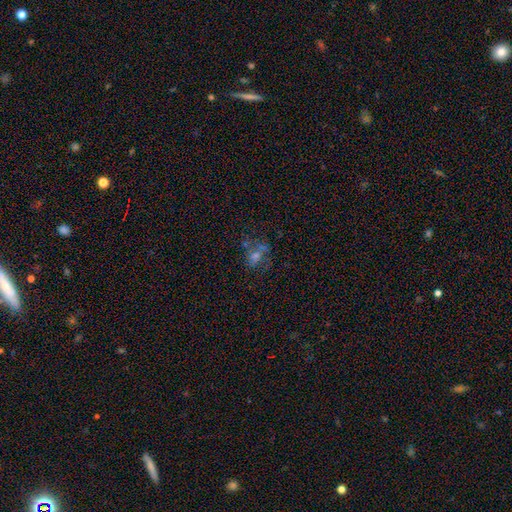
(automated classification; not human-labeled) smooth-or-featured: featured or disk: 38% | star or artifact: 31% | smooth: 31%
  merging: none: 49% | major disturbance: 18% | minor disturbance: 18% | merger: 16%